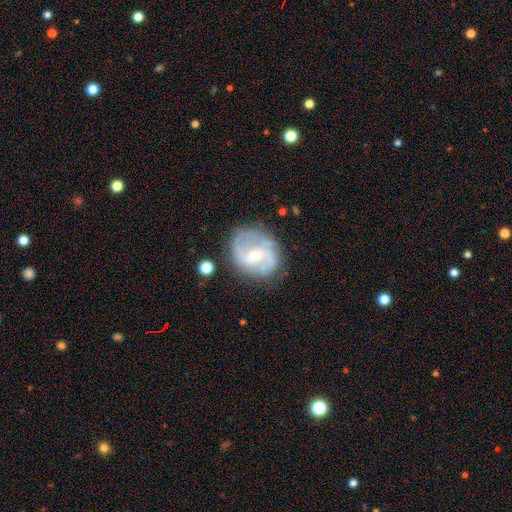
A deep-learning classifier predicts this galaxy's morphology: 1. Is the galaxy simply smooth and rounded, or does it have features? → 71% featured or disk, 22% smooth, 7% star or artifact.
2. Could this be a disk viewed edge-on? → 97% no, 3% yes.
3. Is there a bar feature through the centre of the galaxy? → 54% weak, 28% no, 18% strong.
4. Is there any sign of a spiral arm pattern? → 83% yes, 17% no.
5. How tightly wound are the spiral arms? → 45% medium, 33% loose, 22% tight.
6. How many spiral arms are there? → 68% 2, 18% can't tell, 5% 3, 5% 1, 2% 4, 2% more than 4.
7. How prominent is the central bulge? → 50% small, 42% moderate, 5% none, 3% large, 1% dominant.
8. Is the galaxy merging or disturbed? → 65% none, 21% minor disturbance, 11% major disturbance, 3% merger.